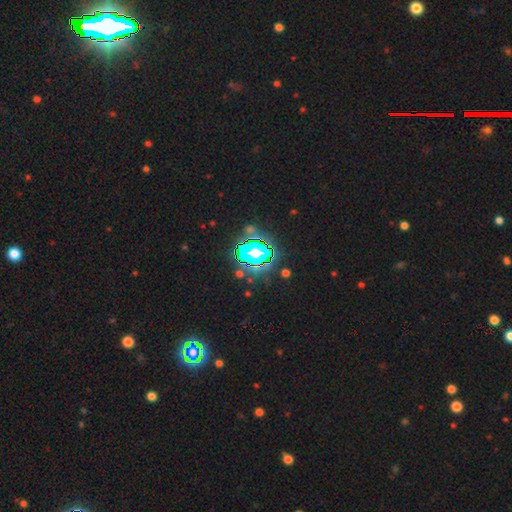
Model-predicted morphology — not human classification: Smooth or featured: star or artifact — 60% (smooth — 23%)